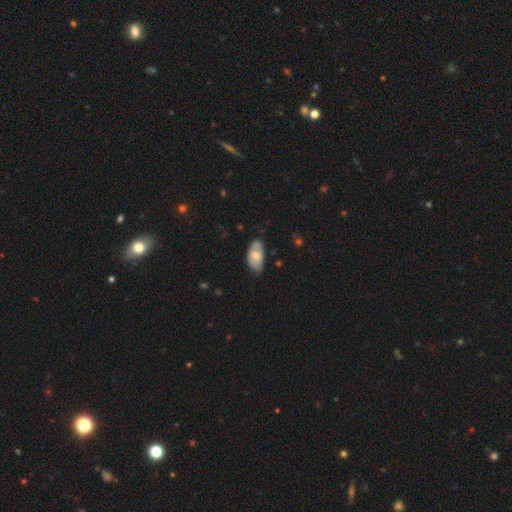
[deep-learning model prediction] A smooth galaxy with no disk features (64%) that is in between round and cigar-shaped (93%). Merging: none (55%).